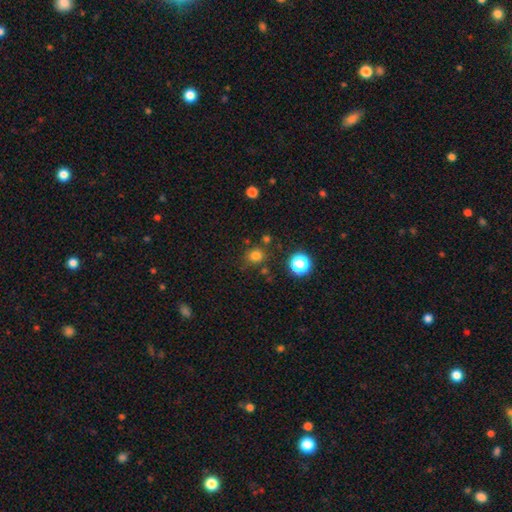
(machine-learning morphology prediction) Smooth or featured? smooth (77%)
How rounded? round (81%)
Merging? none (77%)